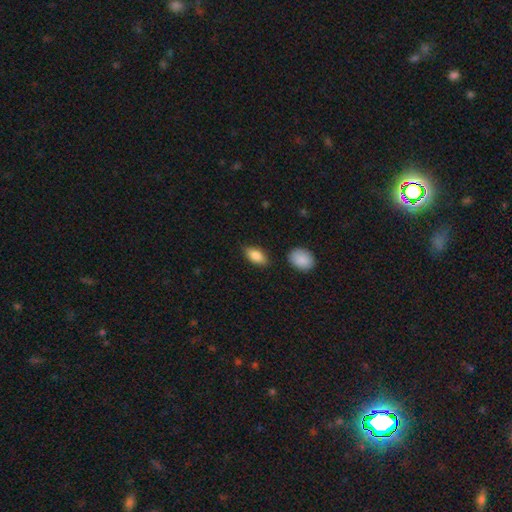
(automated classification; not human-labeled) Smooth or featured?
  - smooth: 85% *
  - featured or disk: 8%
  - star or artifact: 7%
How rounded?
  - in between: 90% *
  - cigar-shaped: 6%
  - round: 4%
Merging?
  - none: 82% *
  - minor disturbance: 12%
  - merger: 3%
  - major disturbance: 3%